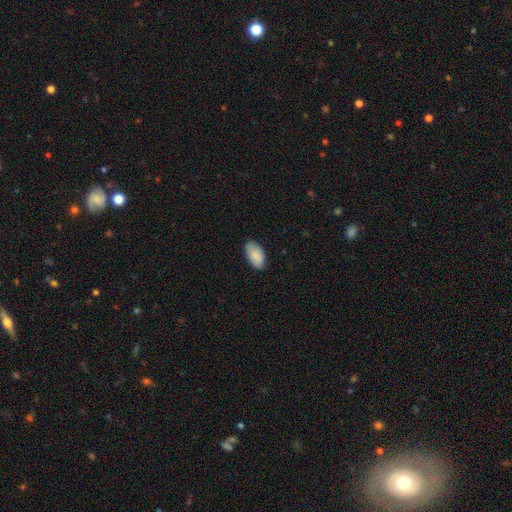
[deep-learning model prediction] smooth 87%, featured or disk 7%, star or artifact 6%. Down the decision tree: how rounded — in between (95%); merging — none (84%).